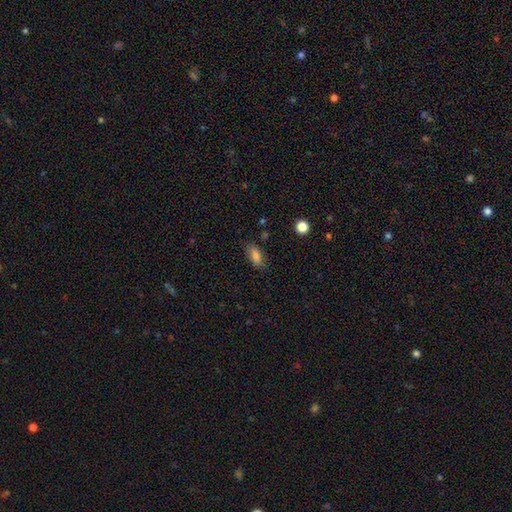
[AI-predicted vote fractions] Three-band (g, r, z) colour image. It shows a smooth galaxy with no disk features (83%) that is in between round and cigar-shaped (83%). Merging: none (81%).